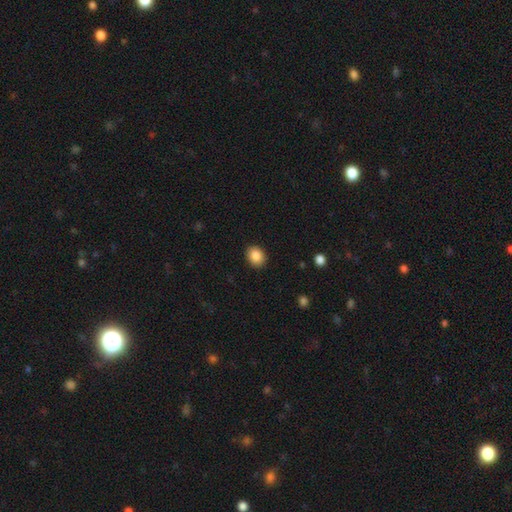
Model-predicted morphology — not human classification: Smooth or featured?
  - smooth: 87% *
  - star or artifact: 8%
  - featured or disk: 4%
How rounded?
  - round: 50% *
  - in between: 49%
  - cigar-shaped: 1%
Merging?
  - none: 89% *
  - minor disturbance: 8%
  - major disturbance: 2%
  - merger: 1%